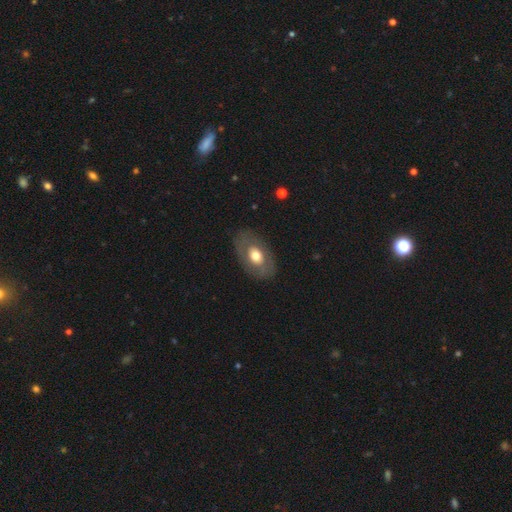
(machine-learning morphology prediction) Smooth or featured: smooth — 54% (featured or disk — 39%)
How rounded: in between — 85% (round — 14%)
Merging: none — 82% (minor disturbance — 12%)